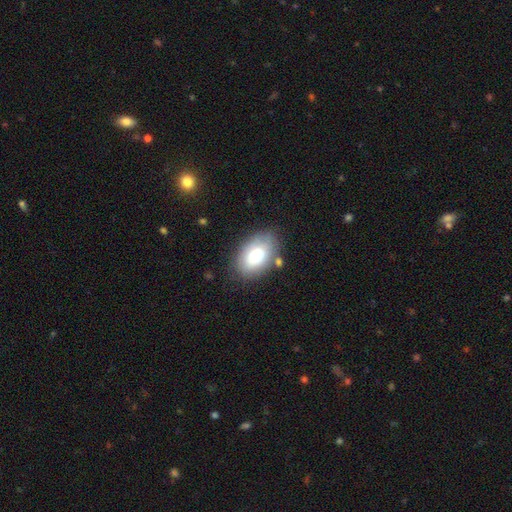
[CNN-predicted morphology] smooth_or_featured: smooth (p=0.80) [alt: featured or disk p=0.13]
how_rounded: in between (p=0.91) [alt: round p=0.08]
merging: none (p=0.72) [alt: minor disturbance p=0.18]